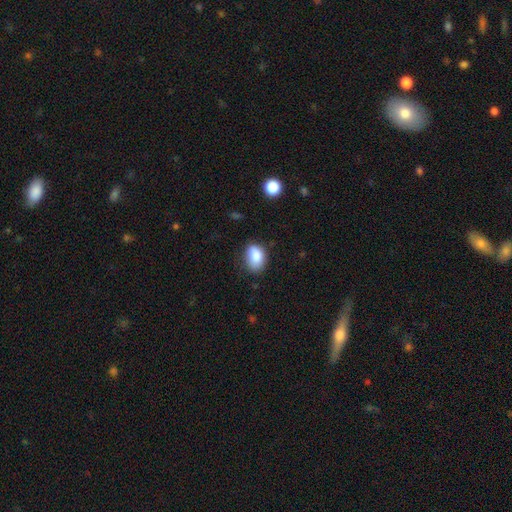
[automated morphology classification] smooth 85%, star or artifact 9%, featured or disk 7%. Down the decision tree: how rounded — in between (82%); merging — none (65%).